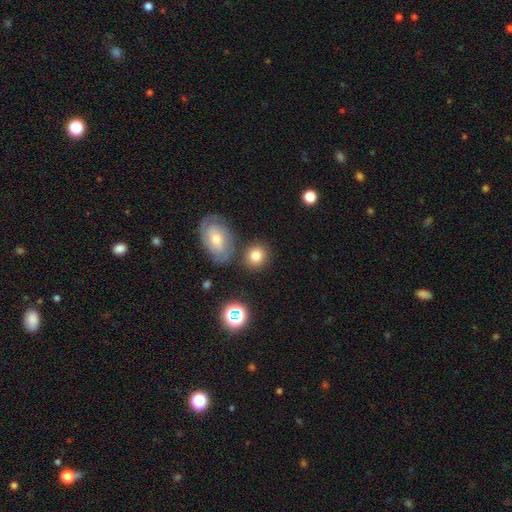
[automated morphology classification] smooth 77%, featured or disk 12%, star or artifact 11%. Down the decision tree: how rounded — round (71%); merging — none (77%).